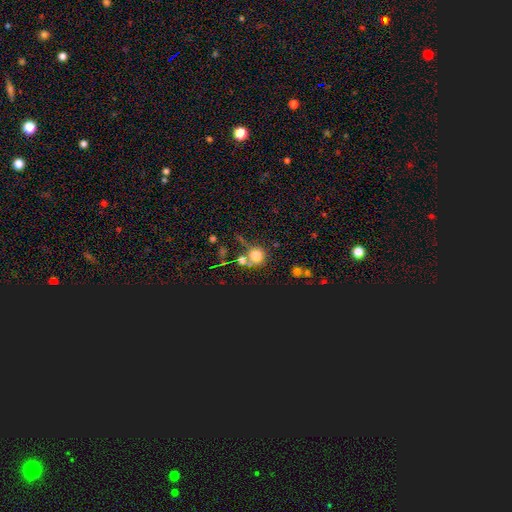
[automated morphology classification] Smooth or featured? Predicted: smooth (p=0.74). How rounded? Predicted: round (p=0.91). Merging? Predicted: none (p=0.61).